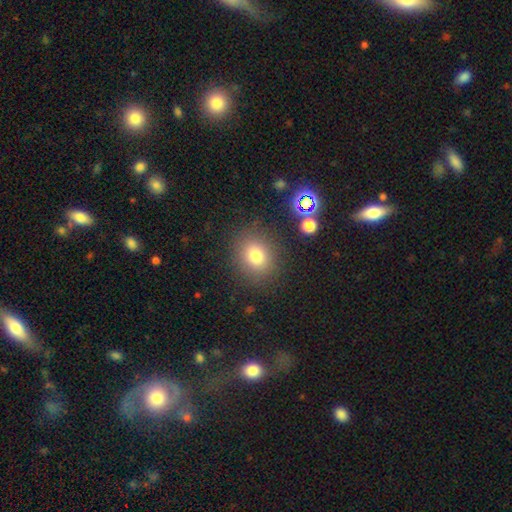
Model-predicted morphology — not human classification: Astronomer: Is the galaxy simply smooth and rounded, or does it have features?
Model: smooth — 77%.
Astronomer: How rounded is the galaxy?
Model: round — 61% (runner-up: in between, 38%).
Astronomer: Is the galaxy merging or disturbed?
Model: none — 84%.